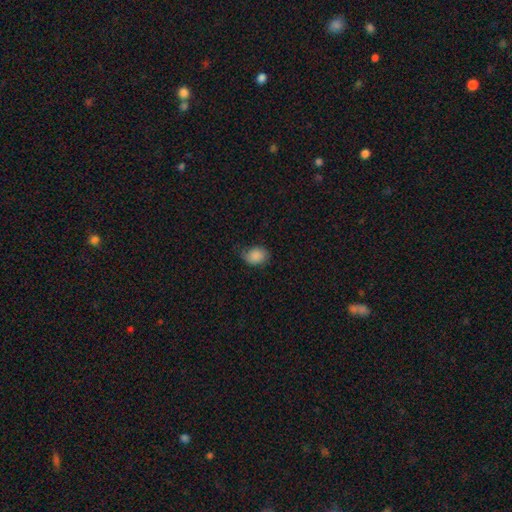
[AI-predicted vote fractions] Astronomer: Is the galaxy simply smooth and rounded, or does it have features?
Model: smooth — 87%.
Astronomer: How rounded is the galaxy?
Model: in between — 63%.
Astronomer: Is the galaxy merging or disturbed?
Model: none — 64%.